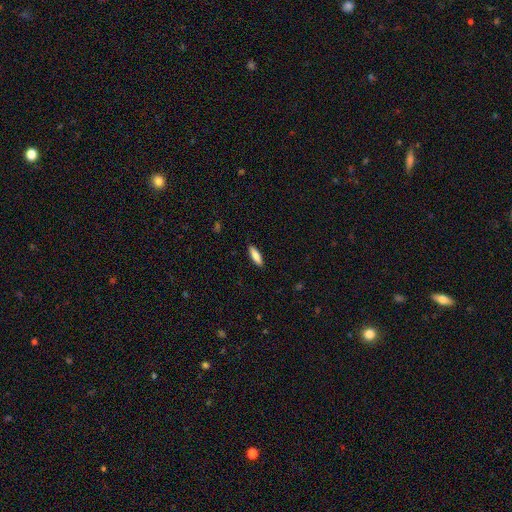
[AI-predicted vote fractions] Q: Smooth or featured?
A: smooth (83%); runner-up: featured or disk (11%)
Q: How rounded?
A: cigar-shaped (56%); runner-up: in between (43%)
Q: Merging?
A: none (89%); runner-up: minor disturbance (8%)